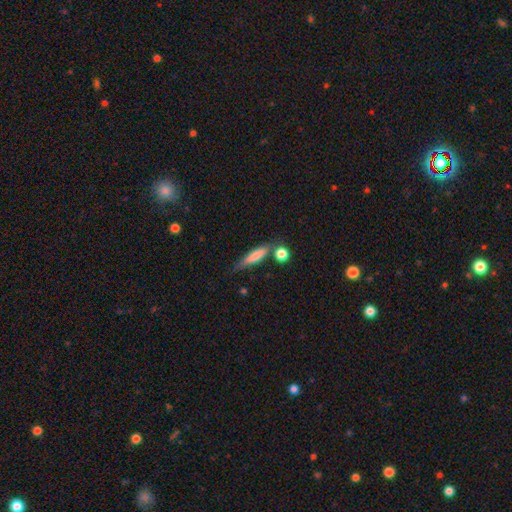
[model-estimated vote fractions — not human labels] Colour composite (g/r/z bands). It shows a smooth galaxy with no disk features (72%) that is cigar-shaped (77%). Merging: none (62%).